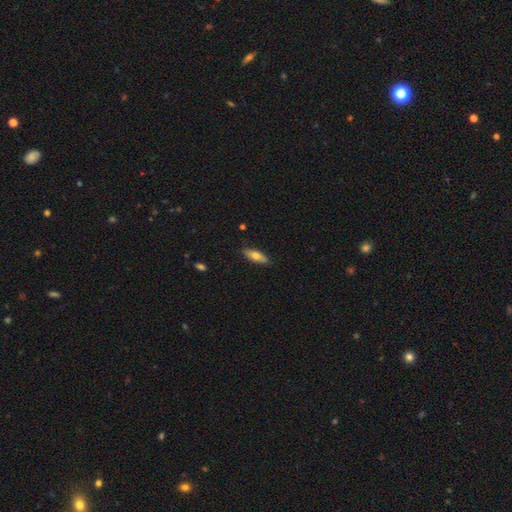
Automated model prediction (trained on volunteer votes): Smooth or featured? smooth (67%)
How rounded? in between (61%)
Merging? none (86%)